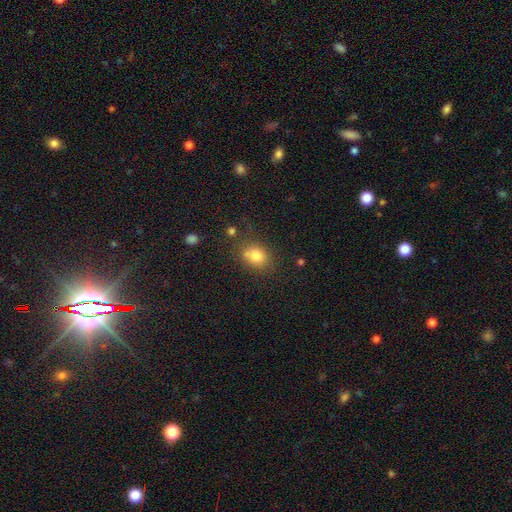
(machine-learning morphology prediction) Q: Smooth or featured?
A: smooth (79%); runner-up: star or artifact (12%)
Q: How rounded?
A: in between (50%); runner-up: round (49%)
Q: Merging?
A: none (63%); runner-up: minor disturbance (18%)